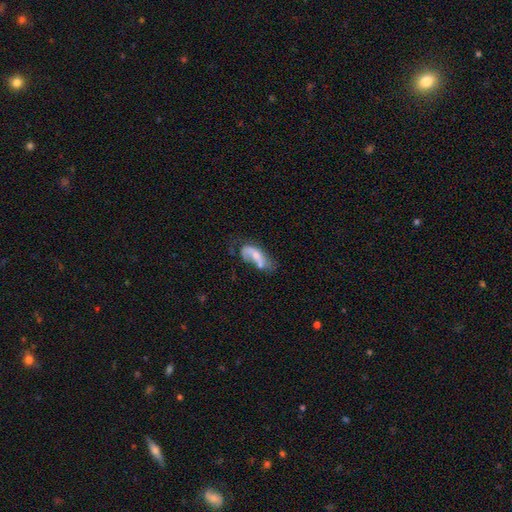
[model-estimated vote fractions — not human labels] Overall: smooth (51%; featured or disk 41%). How rounded: in between (80%). Merging: major disturbance (34%; none 25%).